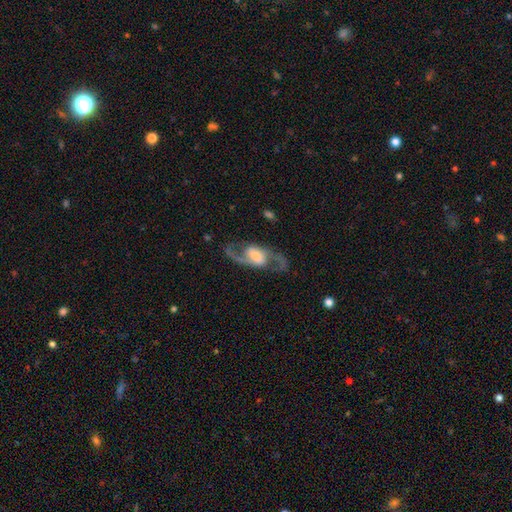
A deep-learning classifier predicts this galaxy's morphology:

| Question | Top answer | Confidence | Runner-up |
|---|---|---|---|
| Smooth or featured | featured or disk | 89% | smooth (6%) |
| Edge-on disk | no | 95% | yes (5%) |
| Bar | weak | 44% | no (29%) |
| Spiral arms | yes | 96% | no (4%) |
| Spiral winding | medium | 55% | loose (35%) |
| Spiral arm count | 2 | 93% | can't tell (2%) |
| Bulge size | moderate | 37% | small (26%) |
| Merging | none | 79% | minor disturbance (11%) |